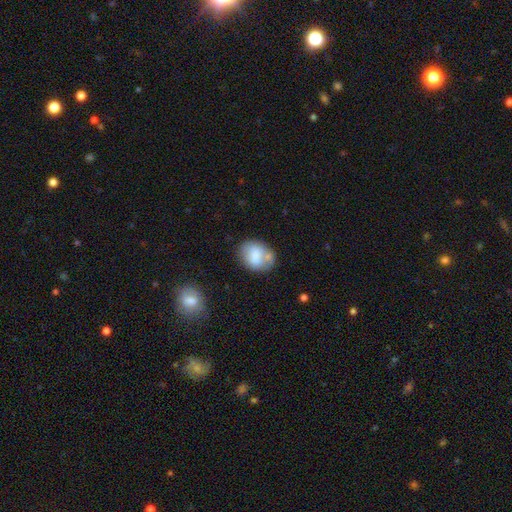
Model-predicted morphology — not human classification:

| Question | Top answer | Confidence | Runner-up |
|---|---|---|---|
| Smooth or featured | smooth | 72% | featured or disk (19%) |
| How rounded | in between | 57% | round (42%) |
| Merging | none | 51% | minor disturbance (23%) |